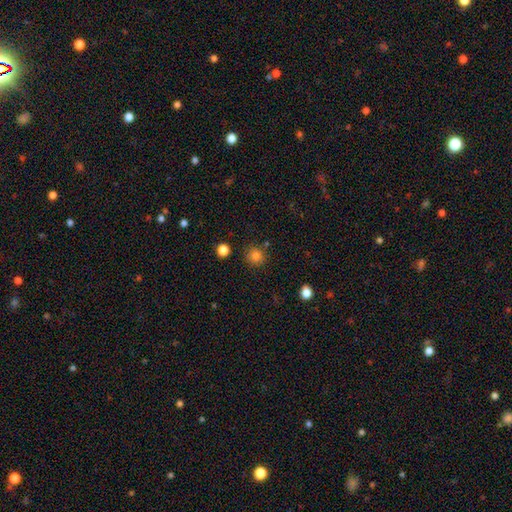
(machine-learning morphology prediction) smooth 82%, star or artifact 13%, featured or disk 5%. Down the decision tree: how rounded — round (93%); merging — none (85%).